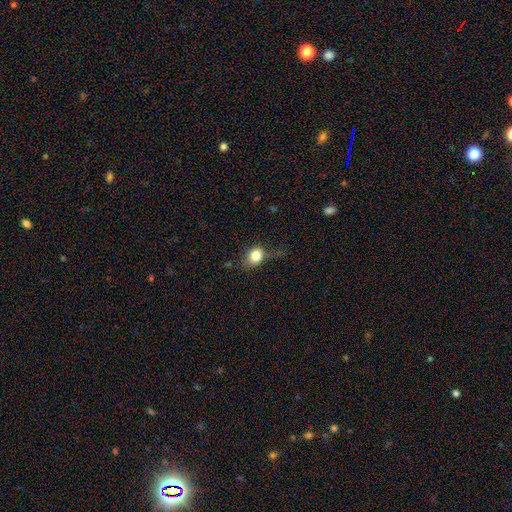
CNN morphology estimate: Smooth or featured? Predicted: smooth (p=0.80). How rounded? Predicted: in between (p=0.58). Merging? Predicted: none (p=0.52).